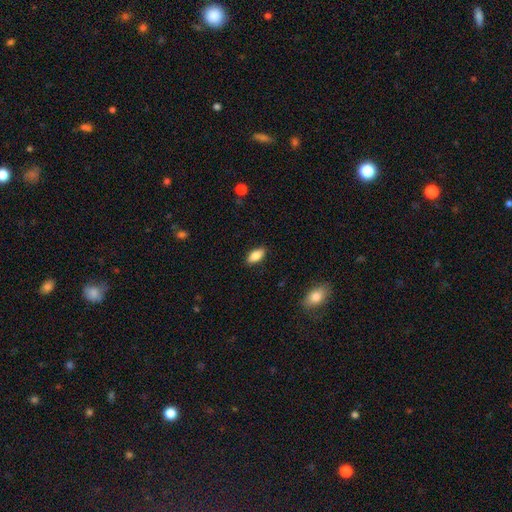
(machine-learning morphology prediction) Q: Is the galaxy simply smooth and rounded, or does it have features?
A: smooth — 85%.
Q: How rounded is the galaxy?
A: in between — 89%.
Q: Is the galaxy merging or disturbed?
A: none — 88%.